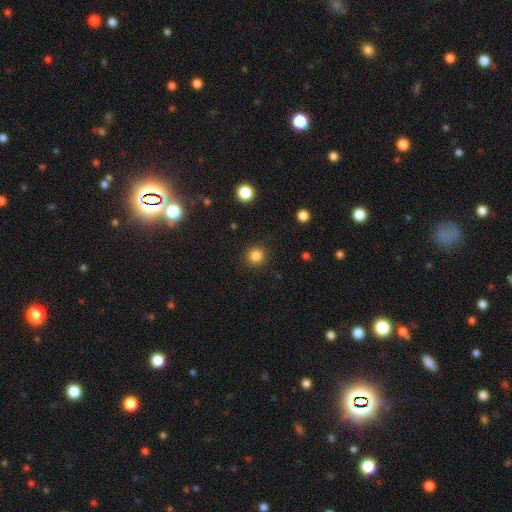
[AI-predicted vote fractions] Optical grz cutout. It shows a smooth galaxy with no disk features (84%) that is round (94%). Merging: none (89%).